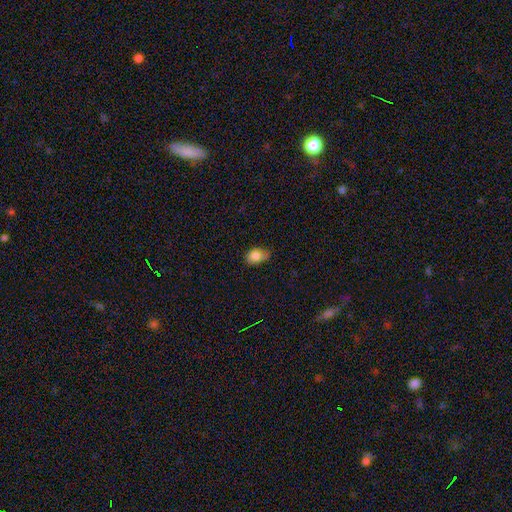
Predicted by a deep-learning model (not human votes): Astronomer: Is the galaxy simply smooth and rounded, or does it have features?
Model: smooth — 82%.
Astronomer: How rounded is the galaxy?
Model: in between — 78%.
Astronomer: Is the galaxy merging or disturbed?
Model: none — 58% (runner-up: minor disturbance, 34%).